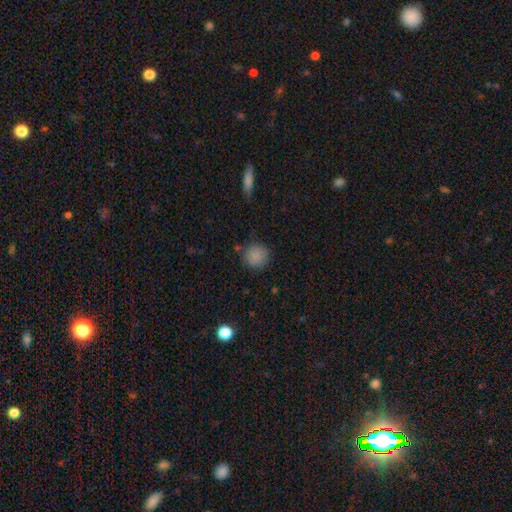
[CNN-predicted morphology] smooth_or_featured: smooth (p=0.86) [alt: star or artifact p=0.09]
how_rounded: round (p=0.91) [alt: in between p=0.08]
merging: none (p=0.82) [alt: minor disturbance p=0.11]